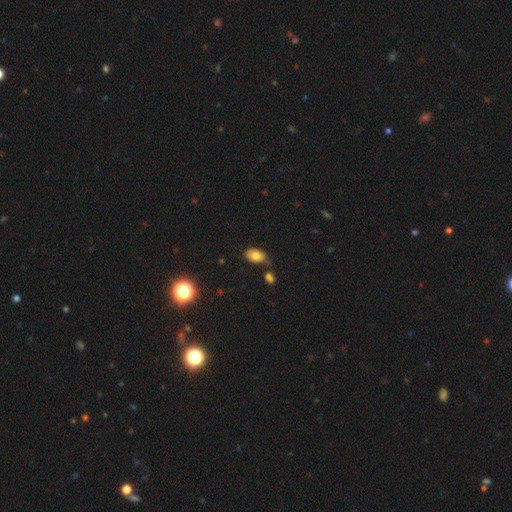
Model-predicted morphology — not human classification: Smooth or featured? Predicted: smooth (p=0.78). How rounded? Predicted: in between (p=0.89). Merging? Predicted: none (p=0.65).